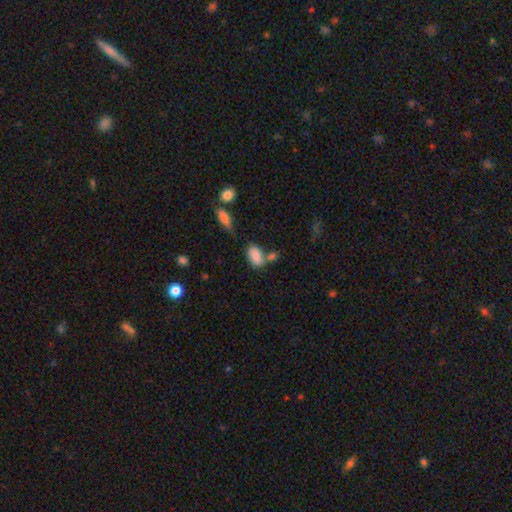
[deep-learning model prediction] This is clearly a smooth galaxy (85%). How rounded: clearly in between (91%). Merging: possibly none (47%).